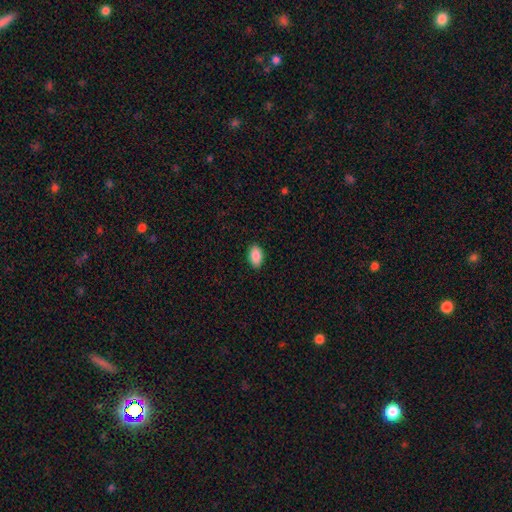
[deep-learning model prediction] Smooth or featured? Predicted: smooth (p=0.89). How rounded? Predicted: in between (p=0.93). Merging? Predicted: none (p=0.88).